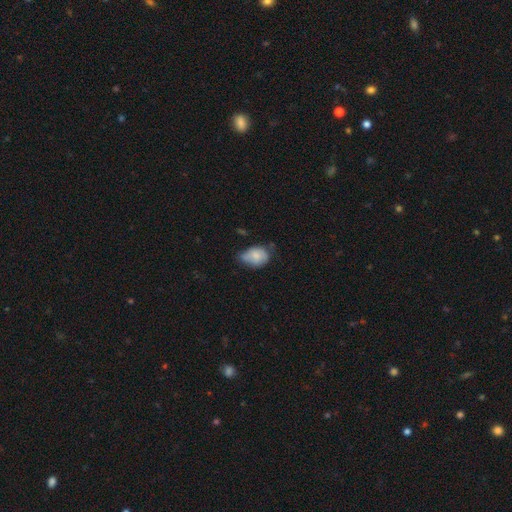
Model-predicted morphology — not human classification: This is likely a smooth galaxy (74%). How rounded: likely in between (77%). Merging: possibly minor disturbance (47%).